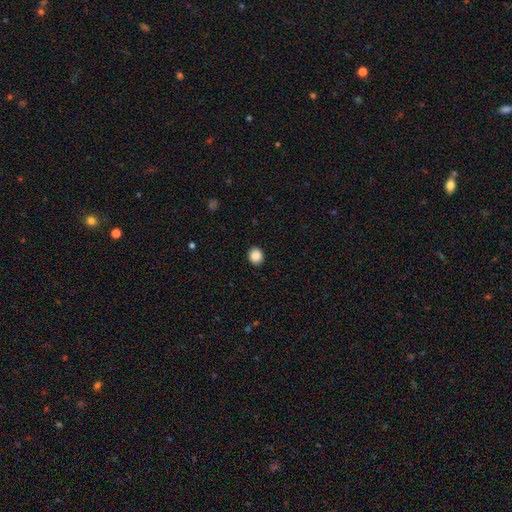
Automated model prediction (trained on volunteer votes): smooth 88%, star or artifact 9%, featured or disk 3%. Down the decision tree: how rounded — round (77%); merging — none (92%).